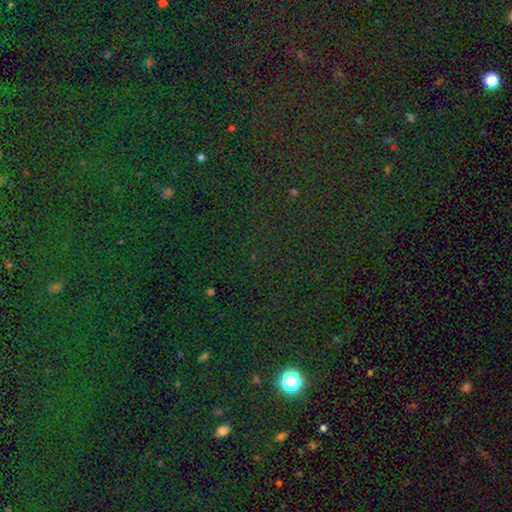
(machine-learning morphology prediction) type=star or artifact (80%).